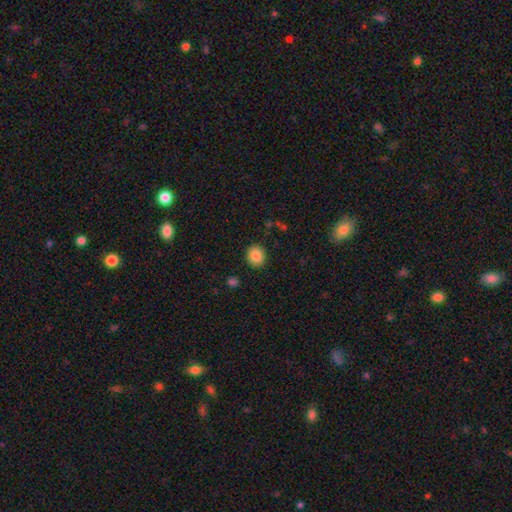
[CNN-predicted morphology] smooth_or_featured: smooth (p=0.87) [alt: star or artifact p=0.09]
how_rounded: round (p=0.71) [alt: in between p=0.28]
merging: none (p=0.89) [alt: minor disturbance p=0.07]